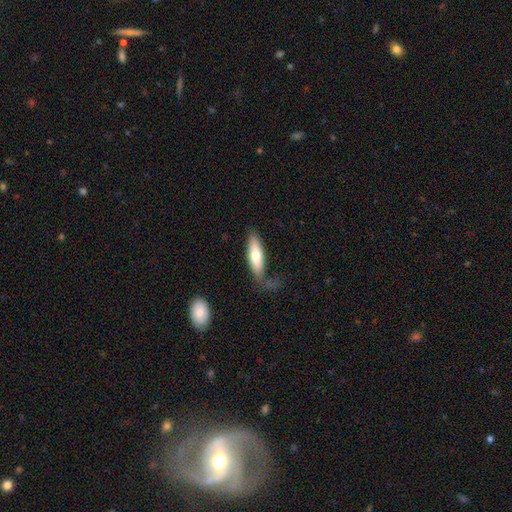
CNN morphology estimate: type=smooth (68%); roundness=cigar-shaped (50%); merging=none (55%).